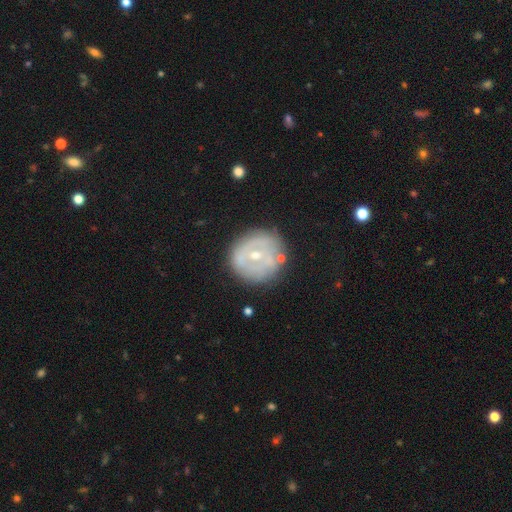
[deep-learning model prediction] featured or disk 62%, smooth 30%, star or artifact 8%. Down the decision tree: edge-on disk — no (97%); bar — no (58%); spiral arms — no (53%); bulge size — small (54%); merging — none (74%).